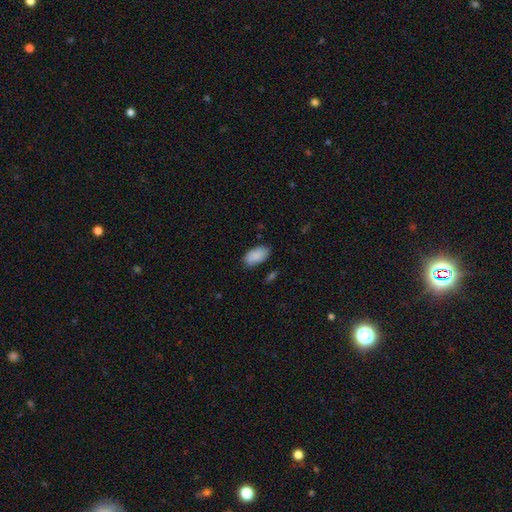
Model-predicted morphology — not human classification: This appears to be a smooth galaxy with no disk features (88%) that is in between round and cigar-shaped (94%). Merging: none (75%).